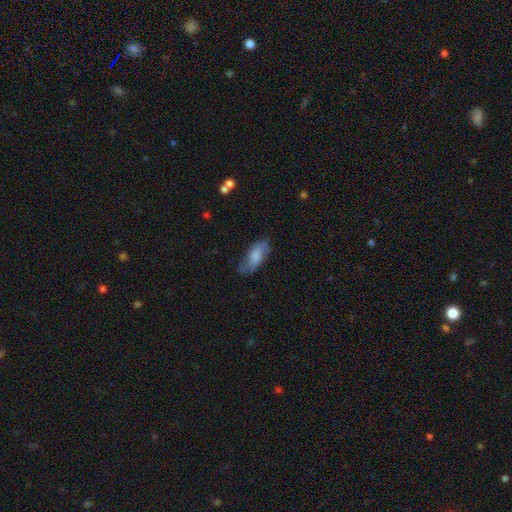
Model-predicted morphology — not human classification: Smooth or featured? smooth (72%)
How rounded? in between (82%)
Merging? none (67%)